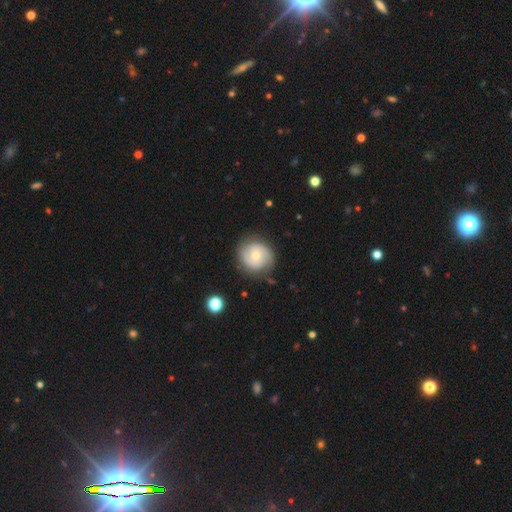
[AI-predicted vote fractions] Morphology: type=featured or disk (55%); edge-on=no (97%); bar=no (76%); spiral arms=yes (79%); bulge=moderate (51%); merging=none (81%).